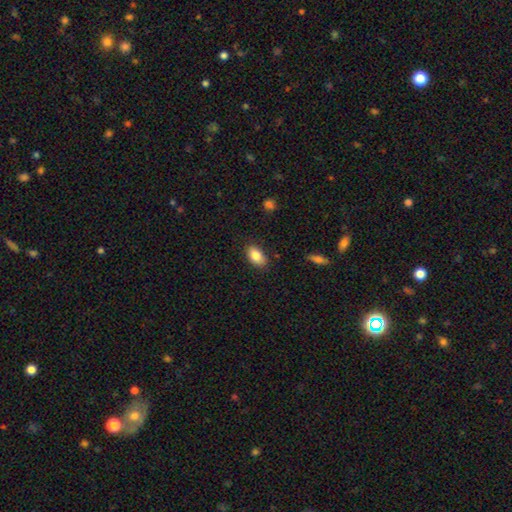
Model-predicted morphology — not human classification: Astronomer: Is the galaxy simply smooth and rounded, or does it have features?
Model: smooth — 84%.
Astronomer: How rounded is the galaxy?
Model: in between — 91%.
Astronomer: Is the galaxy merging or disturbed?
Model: none — 84%.